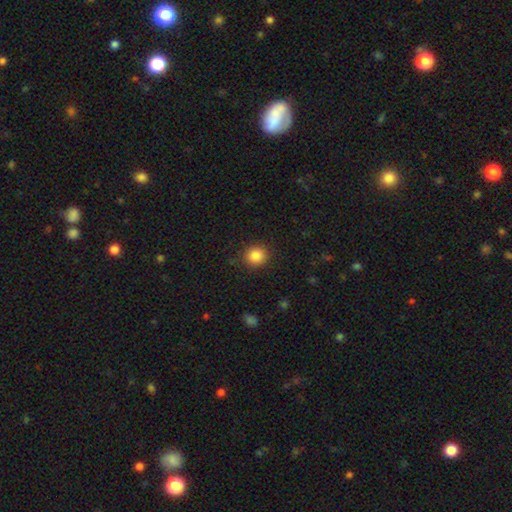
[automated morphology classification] Smooth or featured? smooth (86%)
How rounded? round (86%)
Merging? none (89%)